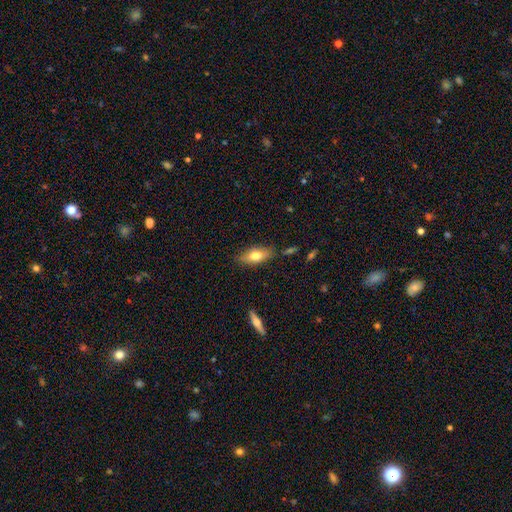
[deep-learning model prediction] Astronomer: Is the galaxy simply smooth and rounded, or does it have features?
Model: smooth — 66%.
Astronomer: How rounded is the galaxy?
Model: in between — 73%.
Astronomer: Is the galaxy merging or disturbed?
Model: none — 79%.